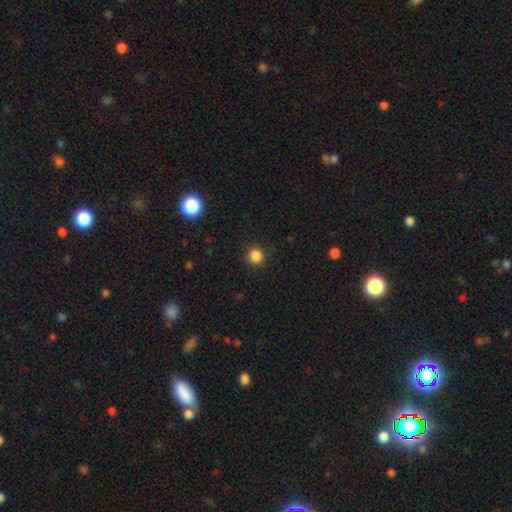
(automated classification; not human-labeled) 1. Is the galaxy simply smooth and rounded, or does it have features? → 85% smooth, 12% star or artifact, 3% featured or disk.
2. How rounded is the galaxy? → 93% round, 6% in between, 1% cigar-shaped.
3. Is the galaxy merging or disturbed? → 91% none, 6% minor disturbance, 2% major disturbance, 1% merger.